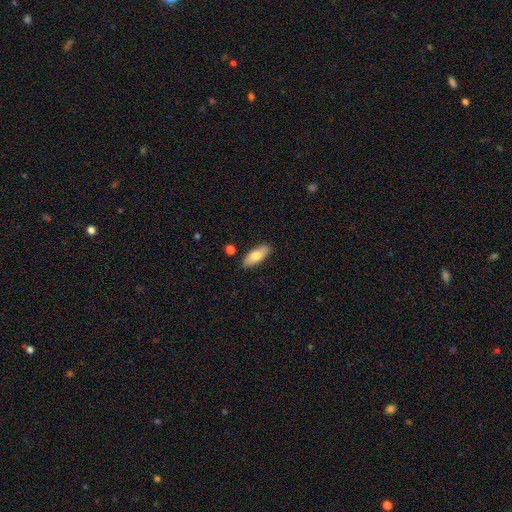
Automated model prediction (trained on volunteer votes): Smooth or featured: smooth — 77% (featured or disk — 16%)
How rounded: in between — 74% (cigar-shaped — 24%)
Merging: none — 85% (minor disturbance — 10%)